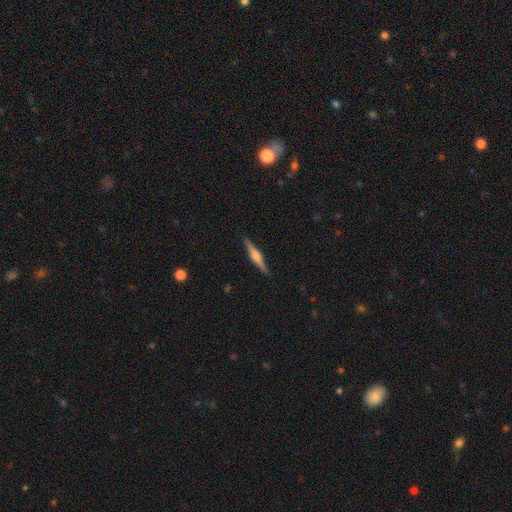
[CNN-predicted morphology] Overall: featured or disk (74%). Edge-on disk: yes (98%). Edge-on bulge: rounded (83%). Merging: none (91%).